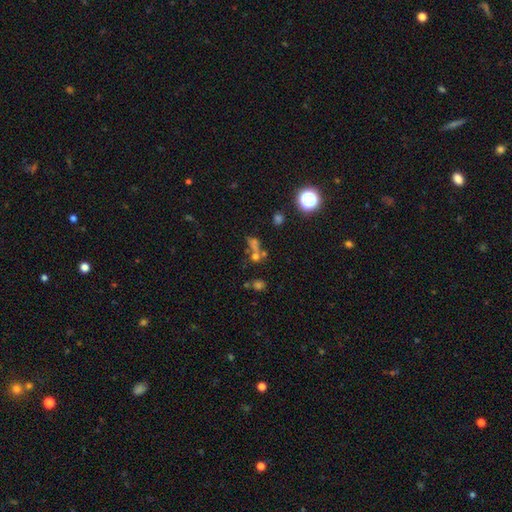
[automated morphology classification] smooth_or_featured: smooth (p=0.50) [alt: star or artifact p=0.31]
merging: merger (p=0.42) [alt: none p=0.39]